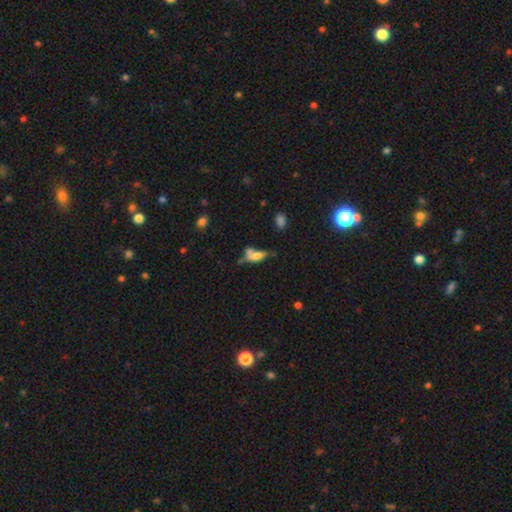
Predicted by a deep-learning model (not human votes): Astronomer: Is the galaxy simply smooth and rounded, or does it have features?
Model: smooth — 63%.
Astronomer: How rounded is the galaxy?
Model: in between — 72%.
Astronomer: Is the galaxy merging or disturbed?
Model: merger — 41% (runner-up: none, 25%).